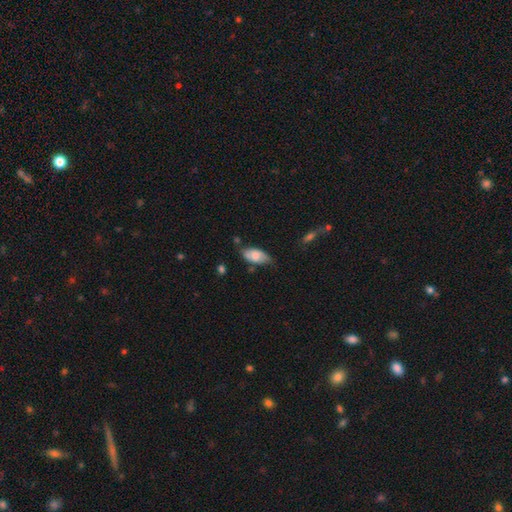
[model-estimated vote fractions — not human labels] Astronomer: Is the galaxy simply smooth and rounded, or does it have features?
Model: smooth — 68%.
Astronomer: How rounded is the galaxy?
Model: in between — 90%.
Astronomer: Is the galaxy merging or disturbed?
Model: none — 57%.